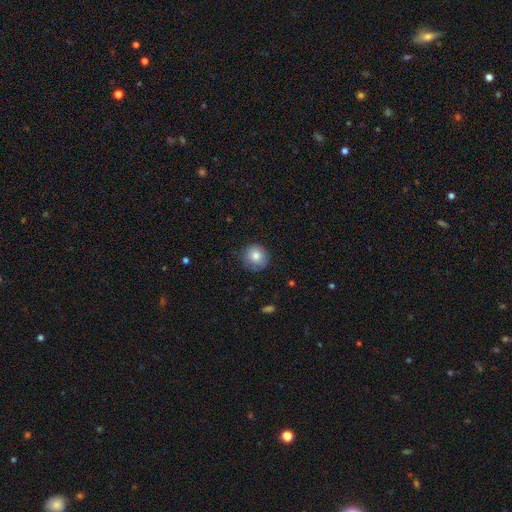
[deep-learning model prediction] Smooth or featured?
  - smooth: 80% *
  - featured or disk: 11%
  - star or artifact: 9%
How rounded?
  - round: 89% *
  - in between: 10%
  - cigar-shaped: 1%
Merging?
  - none: 79% *
  - minor disturbance: 17%
  - major disturbance: 3%
  - merger: 1%